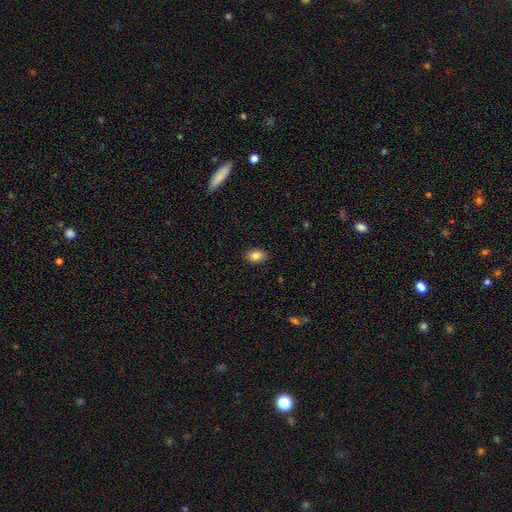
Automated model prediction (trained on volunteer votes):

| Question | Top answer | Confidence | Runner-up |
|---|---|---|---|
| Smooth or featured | smooth | 85% | star or artifact (8%) |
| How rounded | in between | 85% | round (13%) |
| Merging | none | 88% | minor disturbance (9%) |